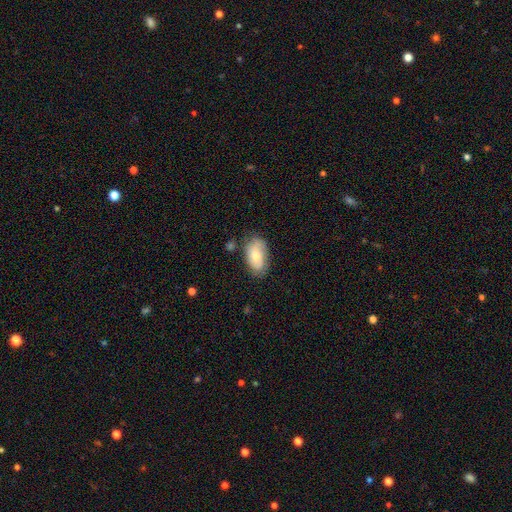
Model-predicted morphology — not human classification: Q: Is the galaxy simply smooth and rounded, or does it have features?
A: smooth — 58%.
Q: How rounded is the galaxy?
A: in between — 92%.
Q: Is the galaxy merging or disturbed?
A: none — 66%.